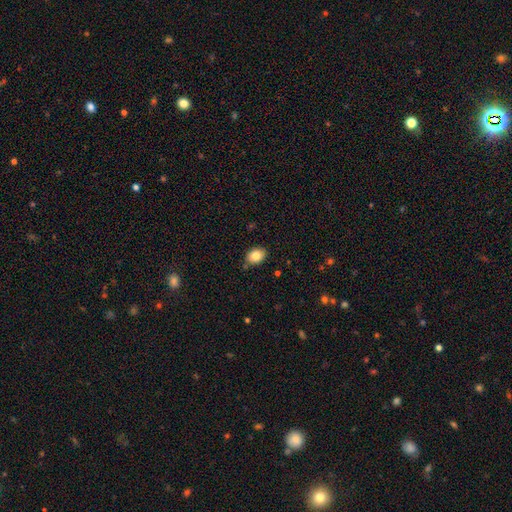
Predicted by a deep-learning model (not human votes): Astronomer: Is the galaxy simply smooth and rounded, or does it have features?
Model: smooth — 82%.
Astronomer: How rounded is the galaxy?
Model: in between — 66%.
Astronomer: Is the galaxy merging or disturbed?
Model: none — 82%.